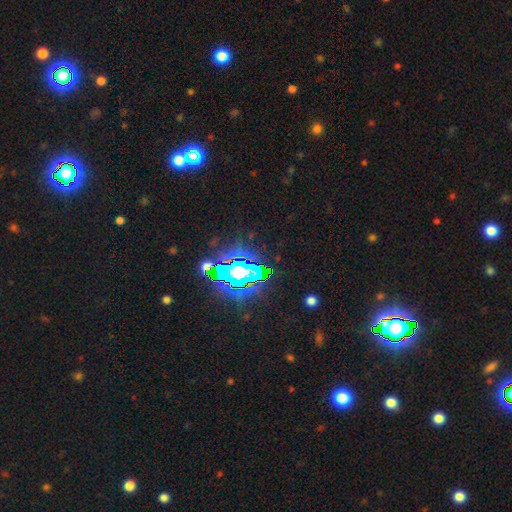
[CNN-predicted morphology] Smooth or featured? star or artifact (80%)